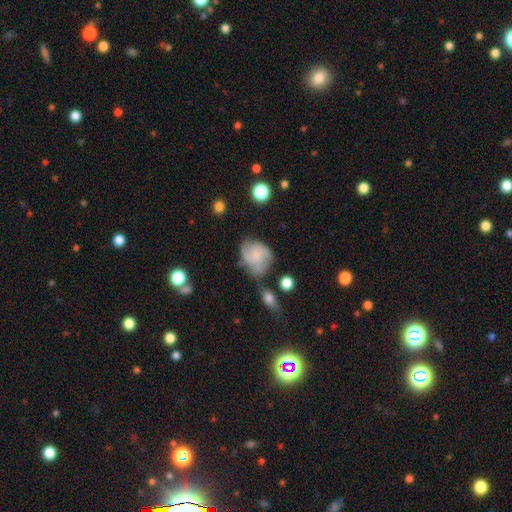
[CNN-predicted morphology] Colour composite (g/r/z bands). It shows a featured or disk galaxy (57%) with no bar (70%), spiral arms (86%) and a small central bulge (48%). Merging: none (50%).